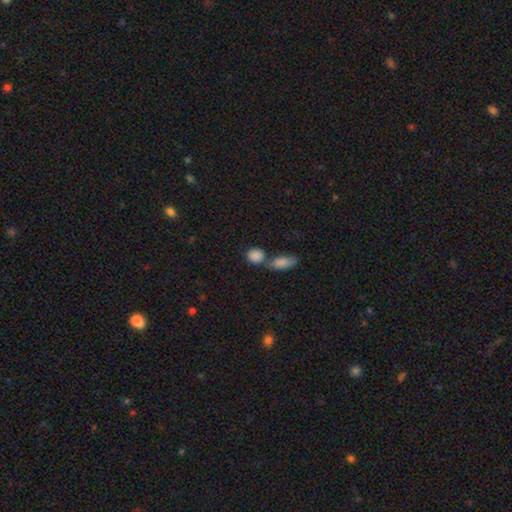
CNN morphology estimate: A smooth galaxy with no disk features (87%) that is in between round and cigar-shaped (51%).

Vote fractions:
- Smooth or featured? smooth: 87% / star or artifact: 8% / featured or disk: 5%
- How rounded? in between: 51% / round: 45% / cigar-shaped: 4%
- Merging? none: 47% / merger: 39% / minor disturbance: 10% / major disturbance: 4%